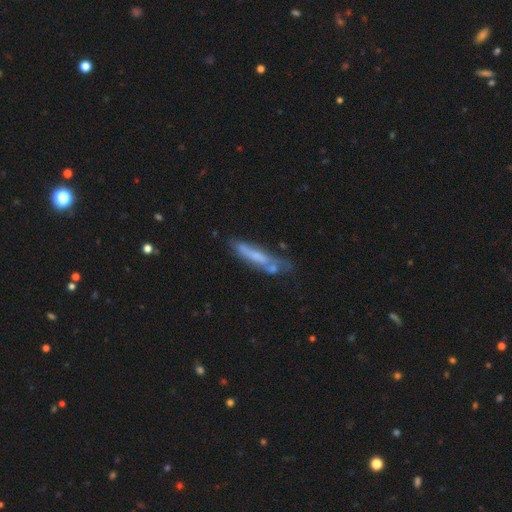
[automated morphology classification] Smooth or featured: smooth — 48% (featured or disk — 44%)
Merging: none — 48% (minor disturbance — 25%)